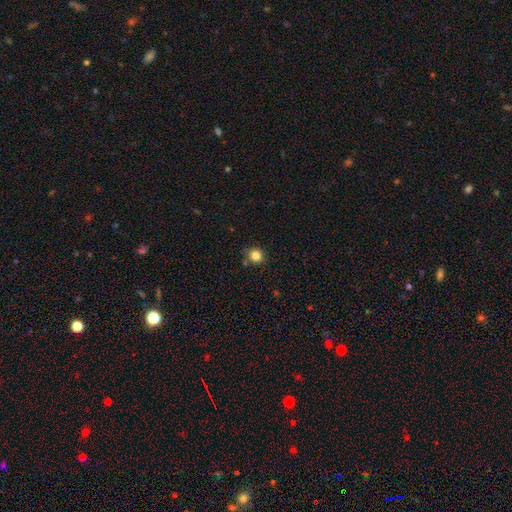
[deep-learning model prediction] Q: Smooth or featured?
A: smooth (82%); runner-up: star or artifact (12%)
Q: How rounded?
A: round (91%); runner-up: in between (9%)
Q: Merging?
A: none (82%); runner-up: minor disturbance (11%)